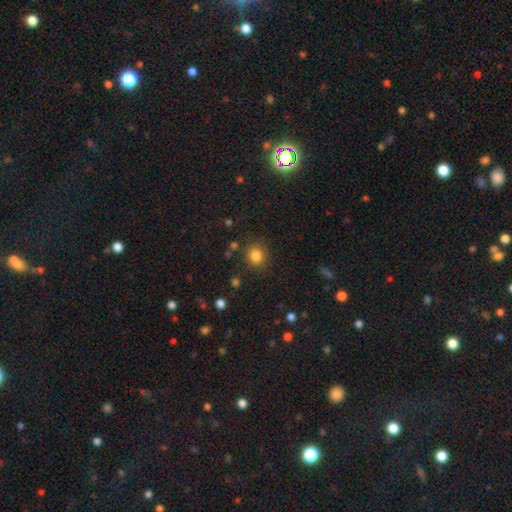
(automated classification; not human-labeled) This is clearly a smooth galaxy (82%). How rounded: clearly round (84%). Merging: clearly none (84%).